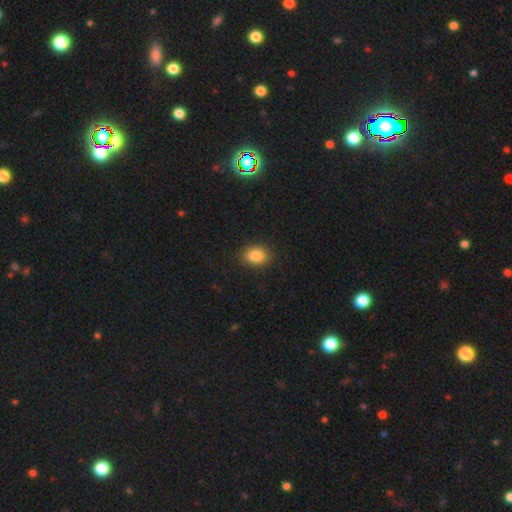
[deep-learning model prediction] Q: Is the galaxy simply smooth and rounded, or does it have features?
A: smooth — 85%.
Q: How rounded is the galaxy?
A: in between — 62%.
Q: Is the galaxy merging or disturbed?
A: none — 89%.